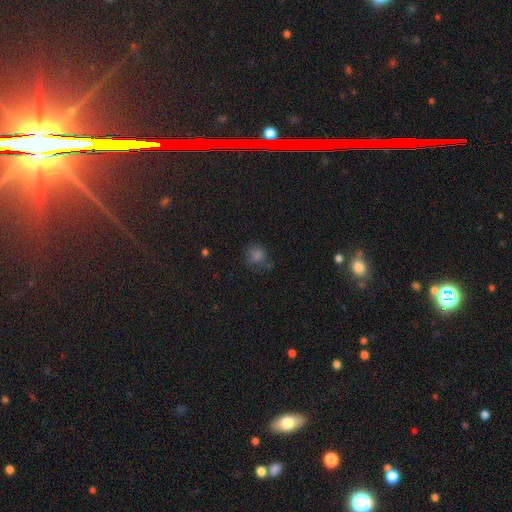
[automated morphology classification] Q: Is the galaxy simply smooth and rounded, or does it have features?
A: smooth — 61%.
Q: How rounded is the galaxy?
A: round — 87%.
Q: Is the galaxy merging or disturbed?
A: none — 72%.